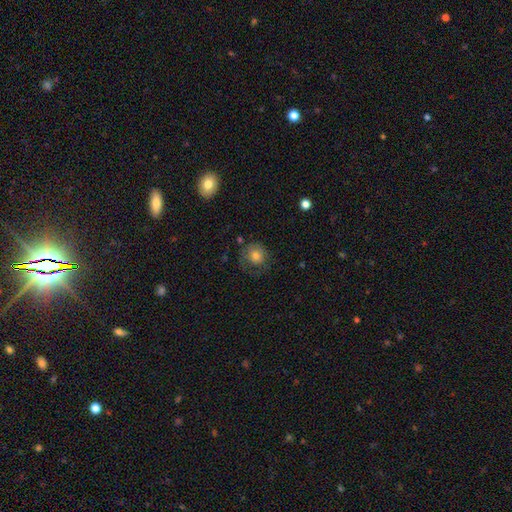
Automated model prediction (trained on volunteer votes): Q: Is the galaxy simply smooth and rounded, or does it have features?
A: smooth — 73%.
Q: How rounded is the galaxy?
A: round — 87%.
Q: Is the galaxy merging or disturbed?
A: none — 59%.